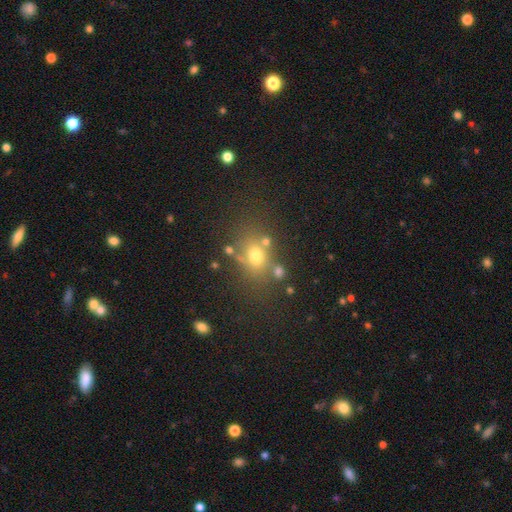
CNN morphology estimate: smooth-or-featured: smooth: 58% | star or artifact: 26% | featured or disk: 16%
  how-rounded: round: 54% | in between: 44% | cigar-shaped: 2%
  merging: none: 66% | merger: 14% | minor disturbance: 13% | major disturbance: 6%